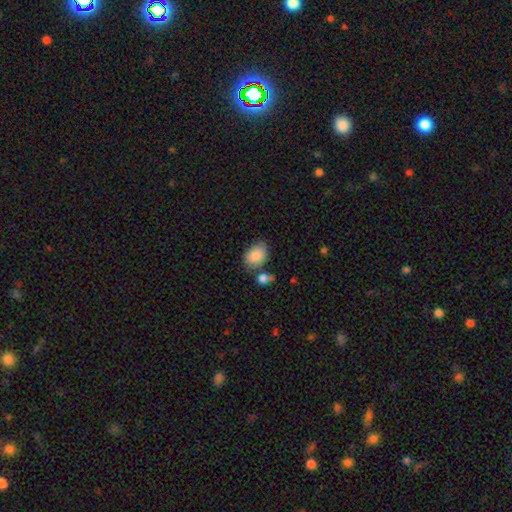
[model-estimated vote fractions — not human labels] Q: Smooth or featured?
A: smooth (85%); runner-up: featured or disk (8%)
Q: How rounded?
A: in between (81%); runner-up: round (18%)
Q: Merging?
A: none (64%); runner-up: minor disturbance (18%)